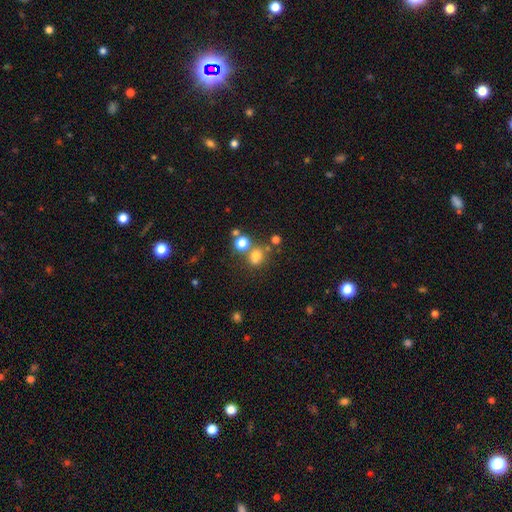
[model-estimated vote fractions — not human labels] A smooth galaxy with no disk features (70%) that is round (64%). Merging: none (56%).